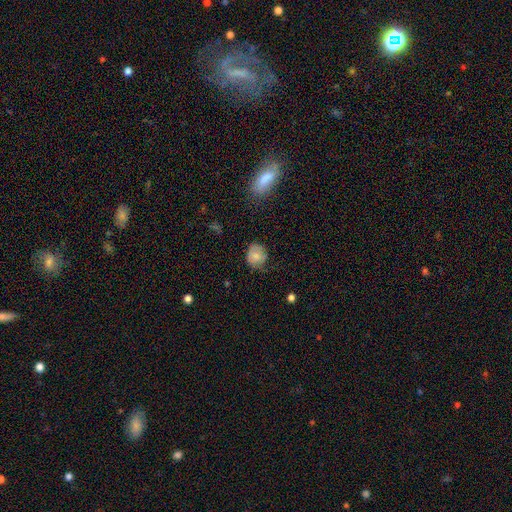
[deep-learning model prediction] smooth_or_featured: smooth (p=0.71) [alt: featured or disk p=0.21]
how_rounded: round (p=0.69) [alt: in between p=0.30]
merging: none (p=0.51) [alt: minor disturbance p=0.33]